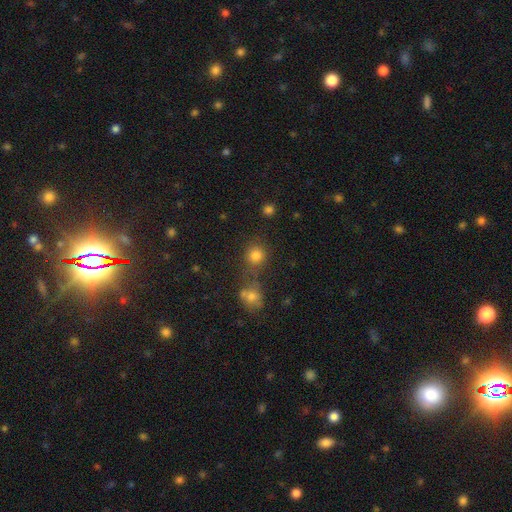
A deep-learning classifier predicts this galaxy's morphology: Overall: smooth (80%). How rounded: round (87%). Merging: none (66%).